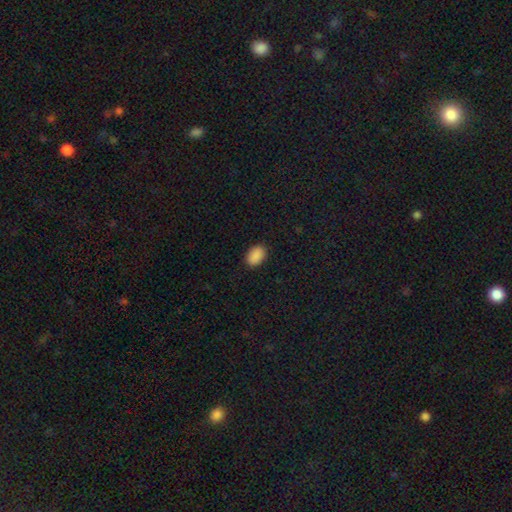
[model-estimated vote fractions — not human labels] Smooth or featured?
  - smooth: 90% *
  - star or artifact: 7%
  - featured or disk: 2%
How rounded?
  - in between: 88% *
  - round: 11%
  - cigar-shaped: 1%
Merging?
  - none: 90% *
  - minor disturbance: 7%
  - major disturbance: 2%
  - merger: 1%